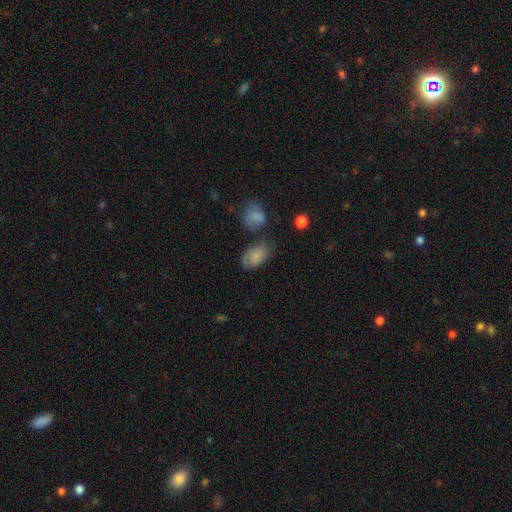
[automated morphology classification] A smooth galaxy with no disk features (82%) that is in between round and cigar-shaped (91%).

Vote fractions:
- Smooth or featured? smooth: 82% / featured or disk: 10% / star or artifact: 8%
- How rounded? in between: 91% / round: 7% / cigar-shaped: 2%
- Merging? none: 61% / minor disturbance: 21% / merger: 10% / major disturbance: 7%